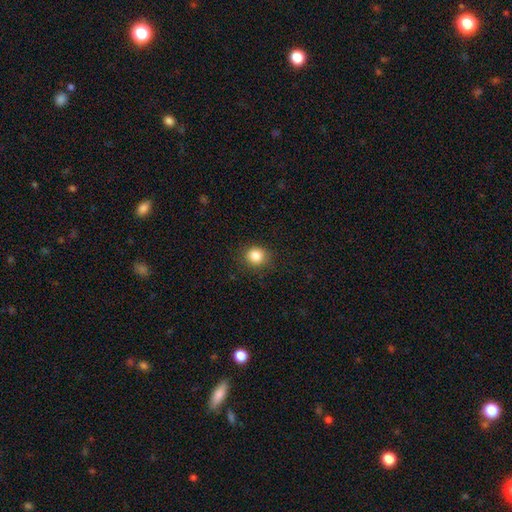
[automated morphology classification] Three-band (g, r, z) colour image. It shows a smooth galaxy with no disk features (85%) that is round (82%). Merging: none (86%).